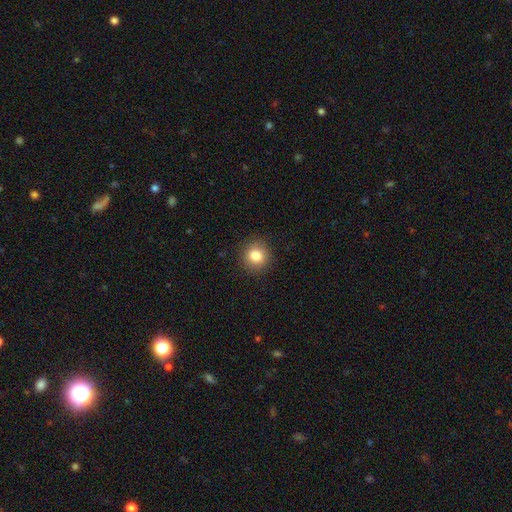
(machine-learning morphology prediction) Smooth or featured?
  - smooth: 84% *
  - star or artifact: 10%
  - featured or disk: 6%
How rounded?
  - round: 90% *
  - in between: 9%
  - cigar-shaped: 1%
Merging?
  - none: 89% *
  - minor disturbance: 7%
  - major disturbance: 2%
  - merger: 1%